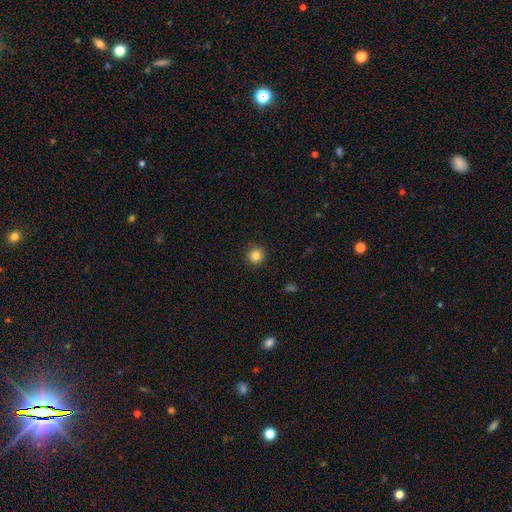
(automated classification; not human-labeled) This appears to be a smooth galaxy with no disk features (85%) that is round (95%). Merging: none (92%).